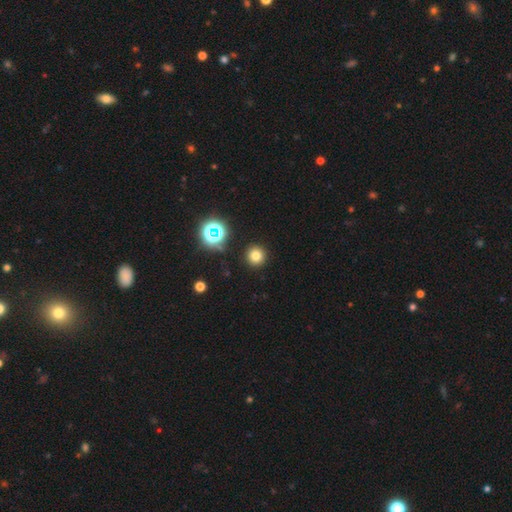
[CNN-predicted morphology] Smooth or featured? Predicted: smooth (p=0.74). How rounded? Predicted: round (p=0.95). Merging? Predicted: none (p=0.91).